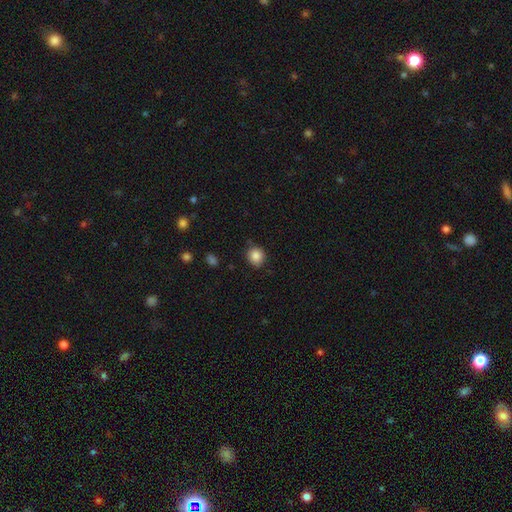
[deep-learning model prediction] Smooth or featured? Predicted: smooth (p=0.86). How rounded? Predicted: round (p=0.88). Merging? Predicted: none (p=0.84).